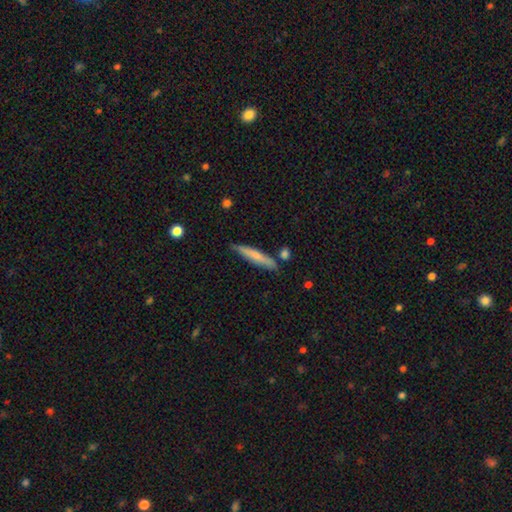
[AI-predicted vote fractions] This appears to be a smooth galaxy with no disk features (65%) that is cigar-shaped (91%). Merging: none (79%).